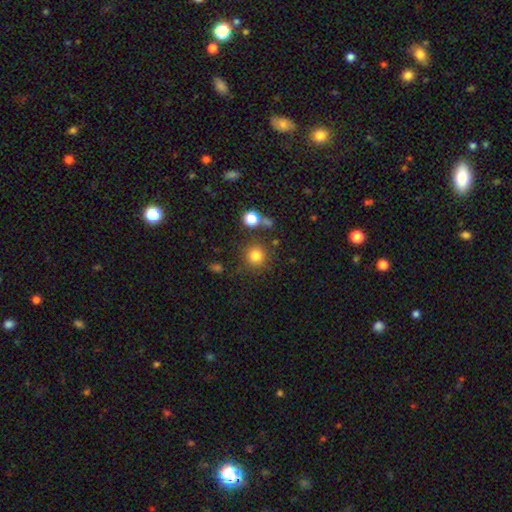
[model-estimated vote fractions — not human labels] This is clearly a smooth galaxy (81%). How rounded: clearly round (93%). Merging: clearly none (82%).